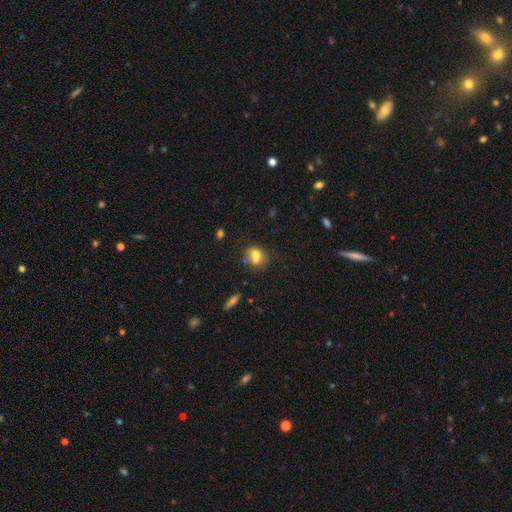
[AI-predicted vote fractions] Morphology: type=smooth (68%); roundness=round (60%); merging=merger (46%).